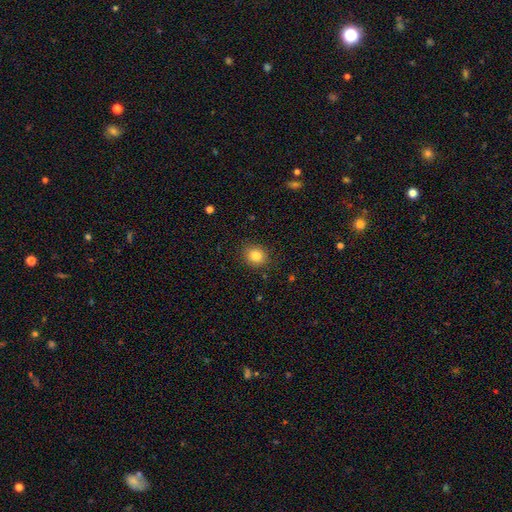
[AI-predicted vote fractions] Smooth or featured?
  - smooth: 83% *
  - star or artifact: 11%
  - featured or disk: 7%
How rounded?
  - round: 71% *
  - in between: 28%
  - cigar-shaped: 1%
Merging?
  - none: 88% *
  - minor disturbance: 9%
  - major disturbance: 3%
  - merger: 1%